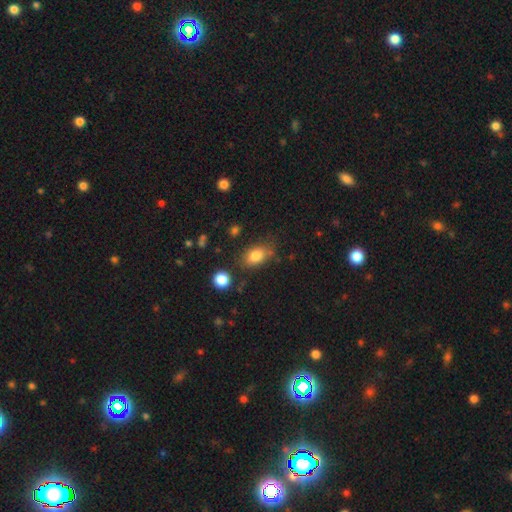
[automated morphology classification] Overall: smooth (82%). How rounded: in between (83%). Merging: none (73%).